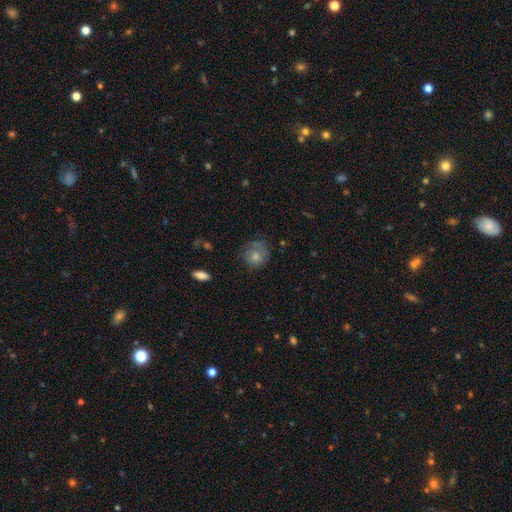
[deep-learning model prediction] Q: Smooth or featured?
A: smooth (69%); runner-up: featured or disk (22%)
Q: How rounded?
A: round (79%); runner-up: in between (20%)
Q: Merging?
A: none (56%); runner-up: minor disturbance (26%)